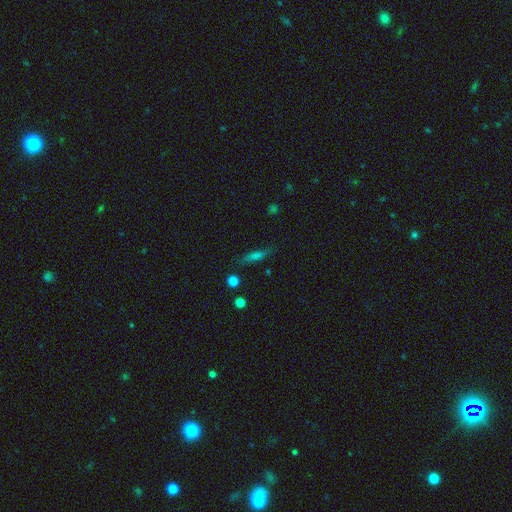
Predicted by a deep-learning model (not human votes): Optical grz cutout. It shows a smooth galaxy with no disk features (47%). Merging: none (82%).